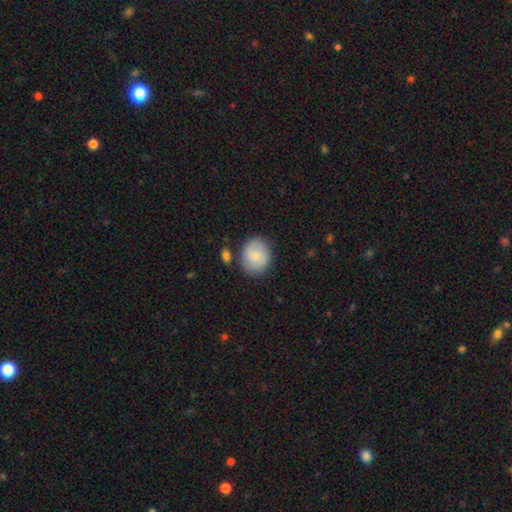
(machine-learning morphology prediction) A smooth galaxy with no disk features (61%) that is round (71%). Merging: none (75%).